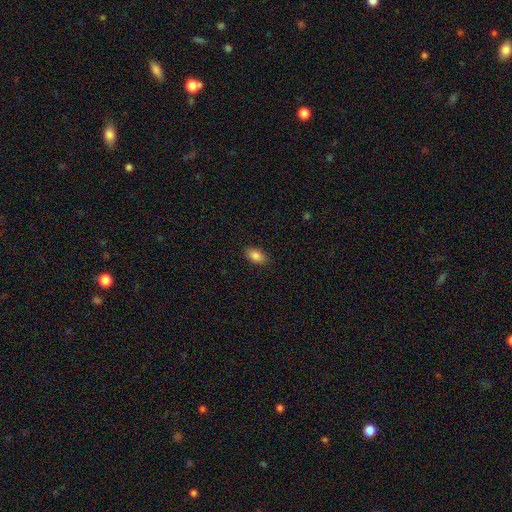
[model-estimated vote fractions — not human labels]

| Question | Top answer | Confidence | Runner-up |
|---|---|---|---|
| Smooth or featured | smooth | 86% | star or artifact (8%) |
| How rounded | in between | 90% | round (7%) |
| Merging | none | 87% | minor disturbance (9%) |